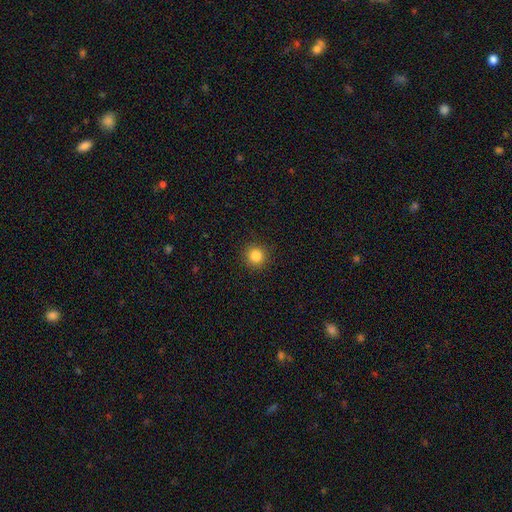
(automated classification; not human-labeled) Overall: smooth (85%). How rounded: round (94%). Merging: none (92%).